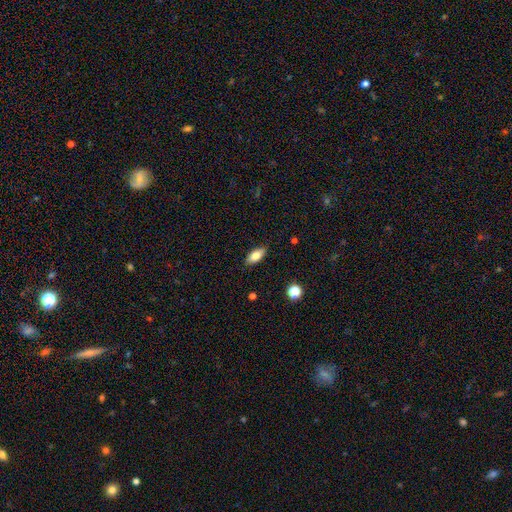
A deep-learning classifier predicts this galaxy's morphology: Q: Smooth or featured?
A: smooth (78%); runner-up: featured or disk (14%)
Q: How rounded?
A: in between (85%); runner-up: cigar-shaped (13%)
Q: Merging?
A: none (88%); runner-up: minor disturbance (9%)